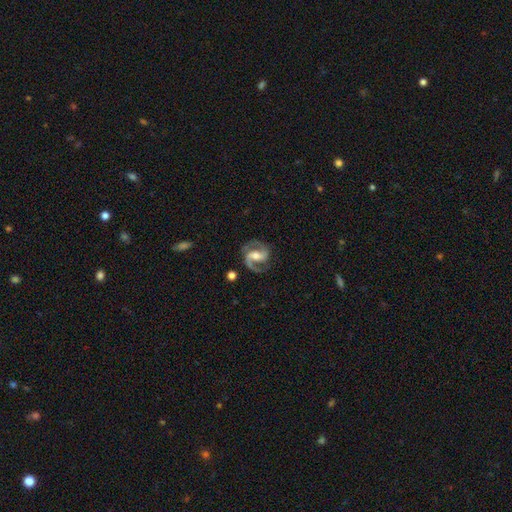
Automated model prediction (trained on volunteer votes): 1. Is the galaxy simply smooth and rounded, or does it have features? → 92% featured or disk, 4% smooth, 4% star or artifact.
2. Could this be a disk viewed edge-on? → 98% no, 2% yes.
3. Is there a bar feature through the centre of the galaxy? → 44% strong, 38% weak, 17% no.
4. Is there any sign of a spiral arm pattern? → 98% yes, 2% no.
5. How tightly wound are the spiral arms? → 62% medium, 24% tight, 14% loose.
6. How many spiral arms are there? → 93% 2, 2% 1, 2% can't tell, 1% 3, 1% 4, 1% more than 4.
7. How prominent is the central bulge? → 60% moderate, 31% small, 5% large, 3% none, 1% dominant.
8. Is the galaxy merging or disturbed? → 81% none, 12% minor disturbance, 5% major disturbance, 2% merger.